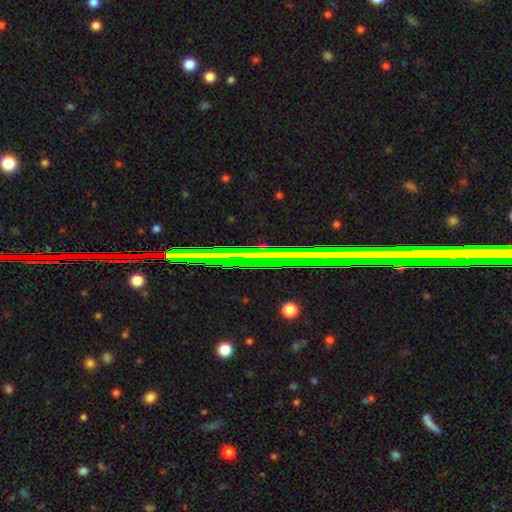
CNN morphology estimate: Smooth or featured?
  - star or artifact: 76% *
  - featured or disk: 15%
  - smooth: 9%